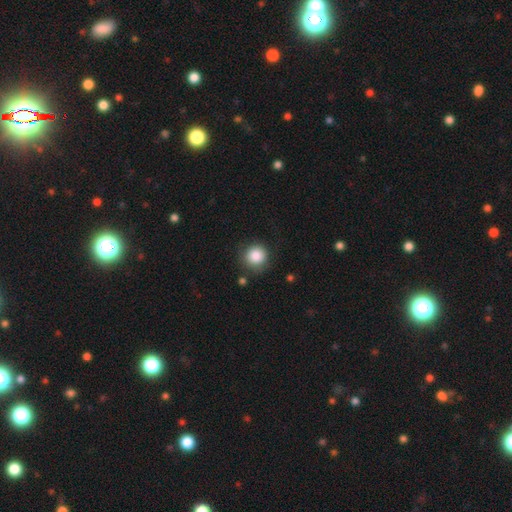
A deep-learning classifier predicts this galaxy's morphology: Smooth or featured? Predicted: smooth (p=0.86). How rounded? Predicted: round (p=0.93). Merging? Predicted: none (p=0.79).